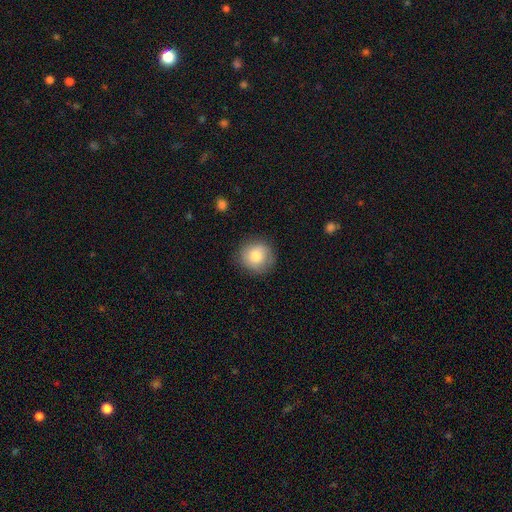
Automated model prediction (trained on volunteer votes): smooth_or_featured: smooth (p=0.78) [alt: featured or disk p=0.14]
how_rounded: round (p=0.90) [alt: in between p=0.09]
merging: none (p=0.83) [alt: minor disturbance p=0.13]